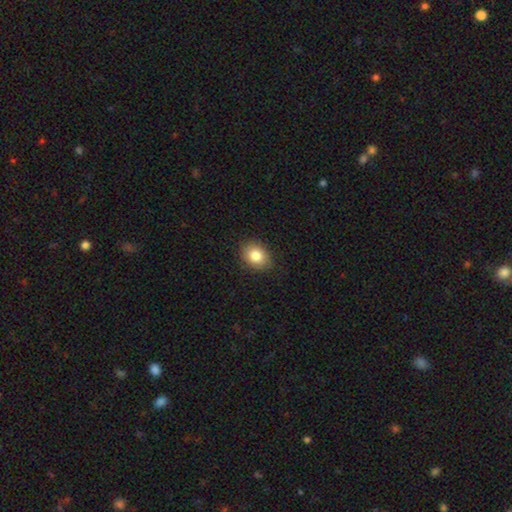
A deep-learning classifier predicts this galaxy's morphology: type=smooth (83%); roundness=in between (55%); merging=none (88%).